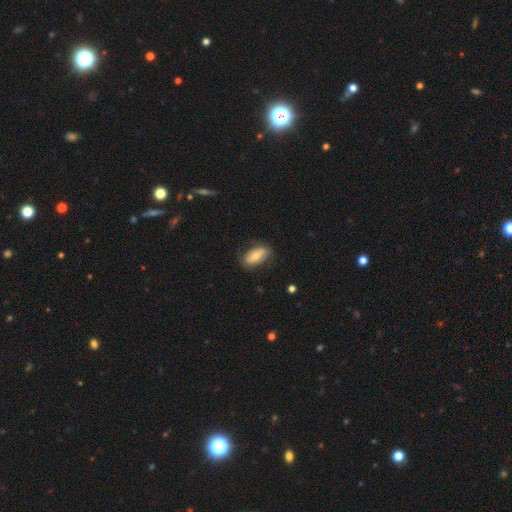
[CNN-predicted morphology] A smooth galaxy with no disk features (70%) that is in between round and cigar-shaped (88%).

Vote fractions:
- Smooth or featured? smooth: 70% / featured or disk: 24% / star or artifact: 7%
- How rounded? in between: 88% / cigar-shaped: 8% / round: 5%
- Merging? none: 76% / minor disturbance: 18% / major disturbance: 5% / merger: 1%